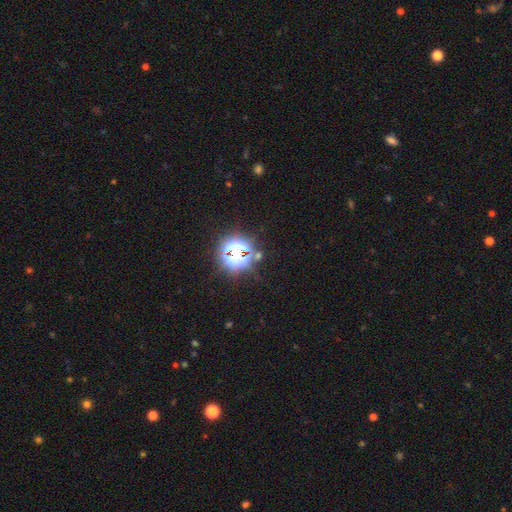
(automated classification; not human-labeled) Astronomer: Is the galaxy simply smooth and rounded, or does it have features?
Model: star or artifact — 78%.